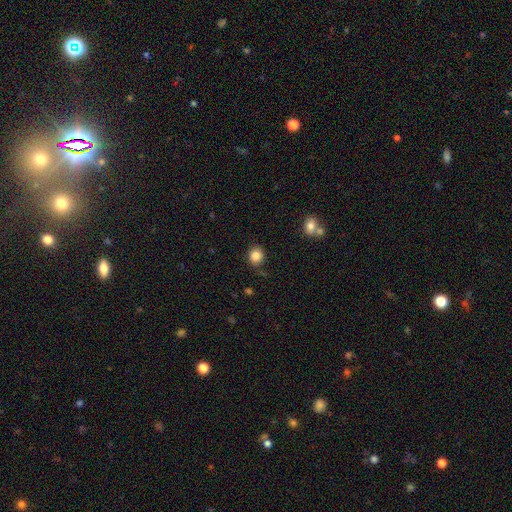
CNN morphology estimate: Smooth or featured? smooth (85%)
How rounded? round (79%)
Merging? none (83%)